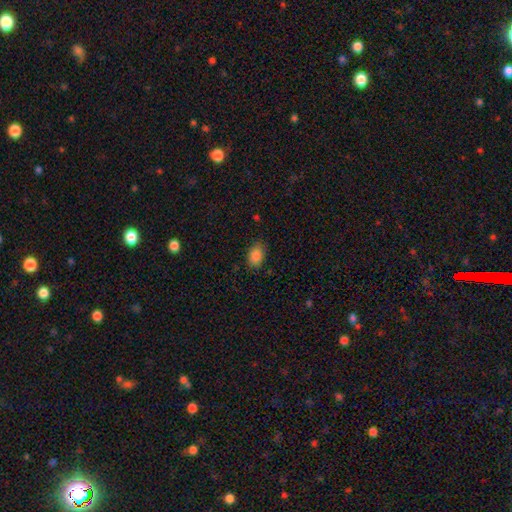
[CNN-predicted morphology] Overall: smooth (87%). How rounded: in between (86%). Merging: none (78%).